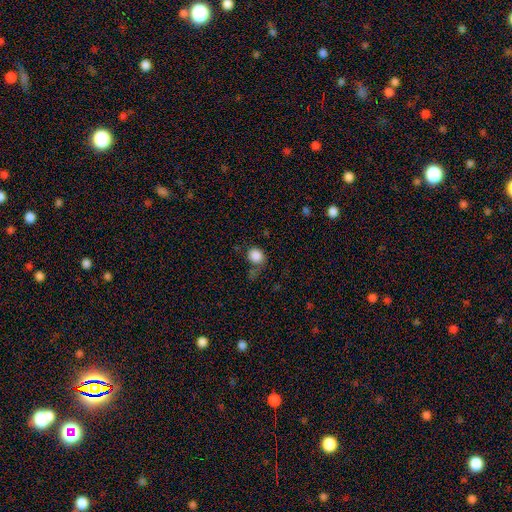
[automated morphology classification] Smooth or featured: smooth — 86% (star or artifact — 9%)
How rounded: round — 74% (in between — 25%)
Merging: none — 56% (minor disturbance — 21%)